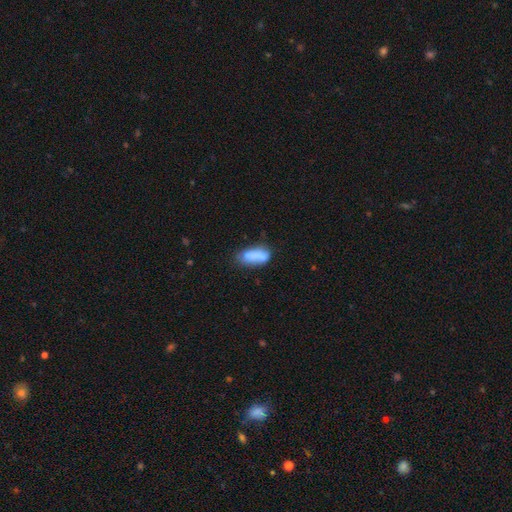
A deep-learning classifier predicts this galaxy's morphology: Smooth or featured? smooth (72%)
How rounded? in between (77%)
Merging? none (45%)